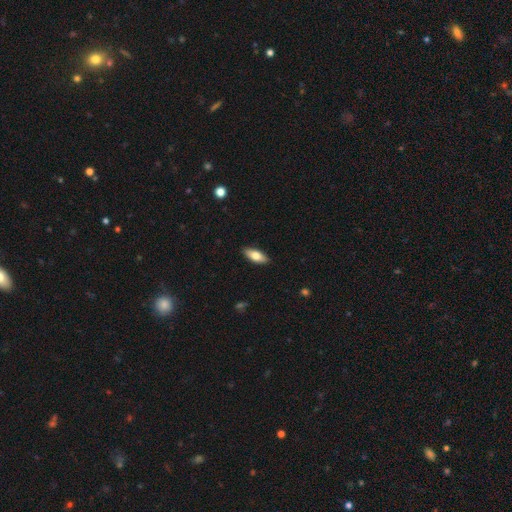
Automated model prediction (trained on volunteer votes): Smooth or featured: smooth — 73% (featured or disk — 21%)
How rounded: in between — 78% (cigar-shaped — 20%)
Merging: none — 89% (minor disturbance — 8%)